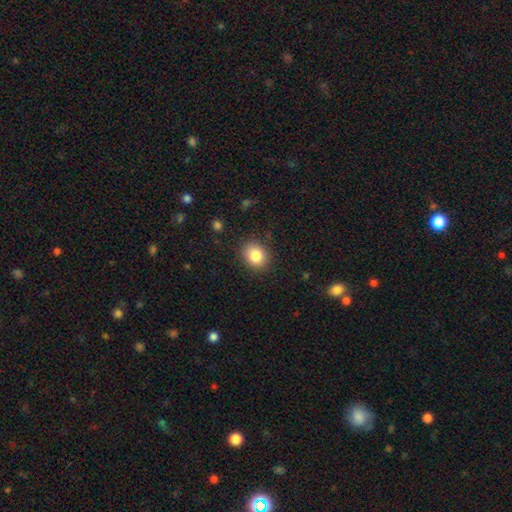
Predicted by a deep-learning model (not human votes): Smooth or featured? Predicted: smooth (p=0.84). How rounded? Predicted: round (p=0.55). Merging? Predicted: none (p=0.87).